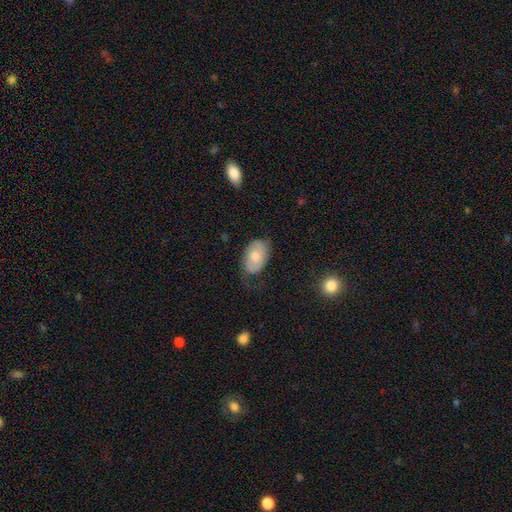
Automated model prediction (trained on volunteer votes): smooth 66%, featured or disk 28%, star or artifact 6%. Down the decision tree: how rounded — in between (91%); merging — none (55%).